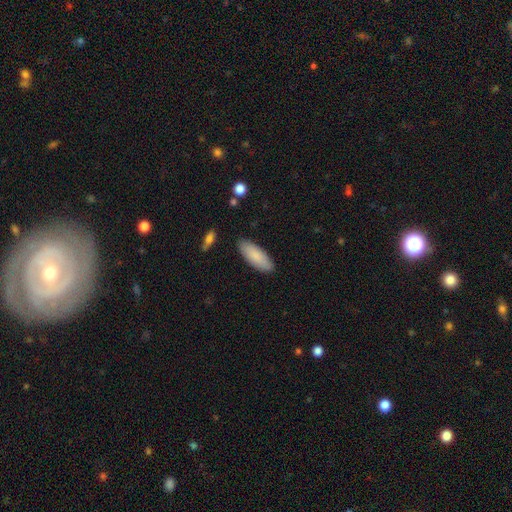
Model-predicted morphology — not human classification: smooth_or_featured: smooth (p=0.86) [alt: featured or disk p=0.09]
how_rounded: in between (p=0.73) [alt: cigar-shaped p=0.25]
merging: none (p=0.88) [alt: minor disturbance p=0.09]